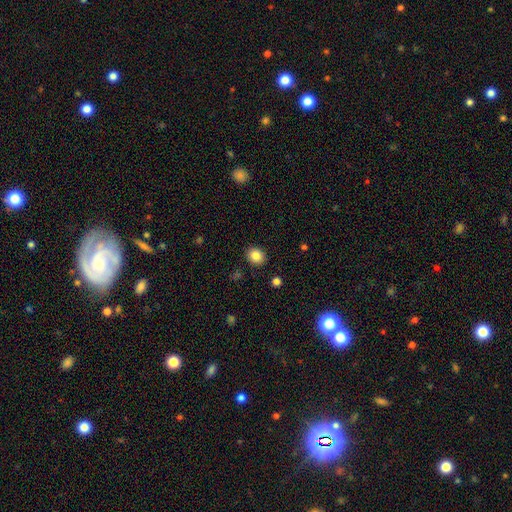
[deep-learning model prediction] This is clearly a smooth galaxy (85%). How rounded: likely round (64%). Merging: clearly none (90%).